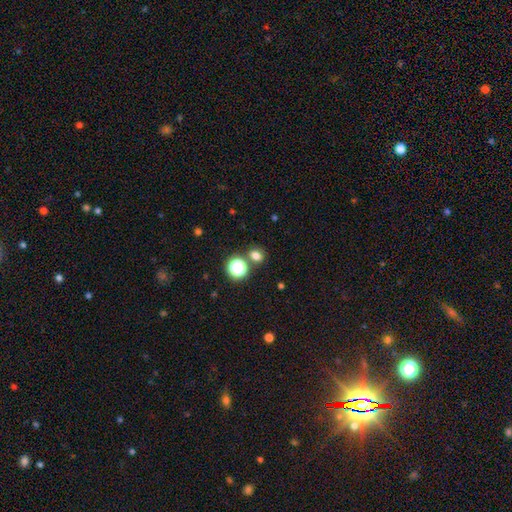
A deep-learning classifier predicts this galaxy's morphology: A smooth galaxy with no disk features (73%) that is round (69%). Merging: none (76%).